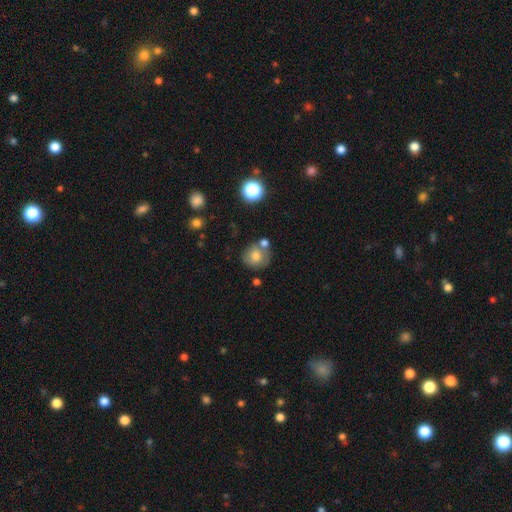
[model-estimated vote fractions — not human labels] Overall: smooth (71%). How rounded: round (86%). Merging: none (60%; merger 20%).